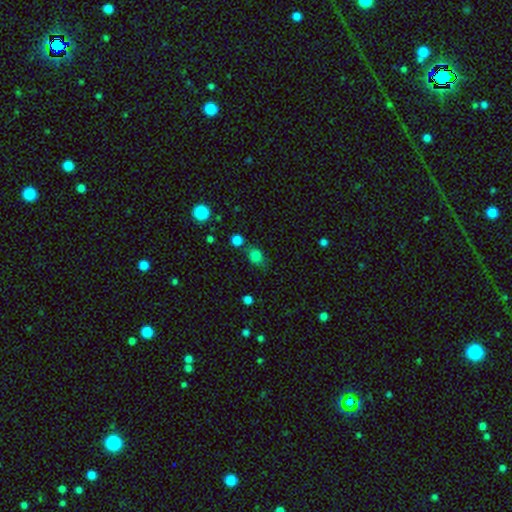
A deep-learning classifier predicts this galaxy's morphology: type=smooth (80%); roundness=round (58%); merging=none (65%).